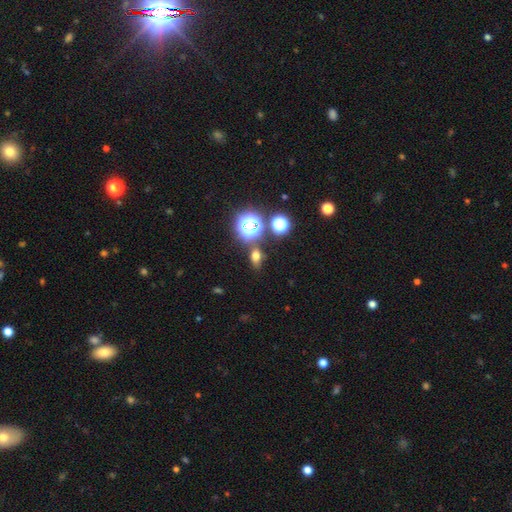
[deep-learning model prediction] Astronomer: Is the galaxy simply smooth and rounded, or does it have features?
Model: smooth — 55%.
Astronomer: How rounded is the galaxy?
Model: in between — 61%.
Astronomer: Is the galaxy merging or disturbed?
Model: none — 76%.